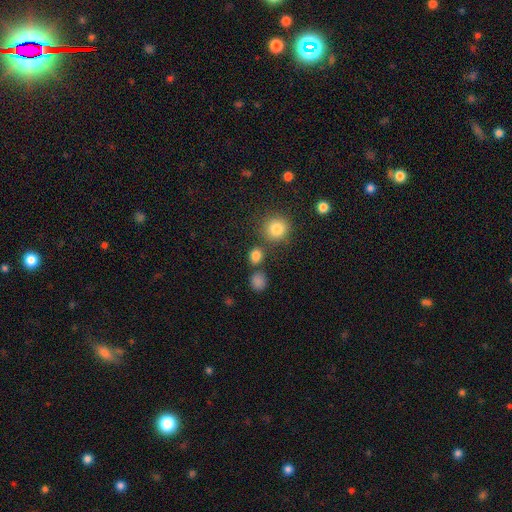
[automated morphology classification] This appears to be a smooth galaxy with no disk features (81%) that is round (78%). Merging: none (76%).